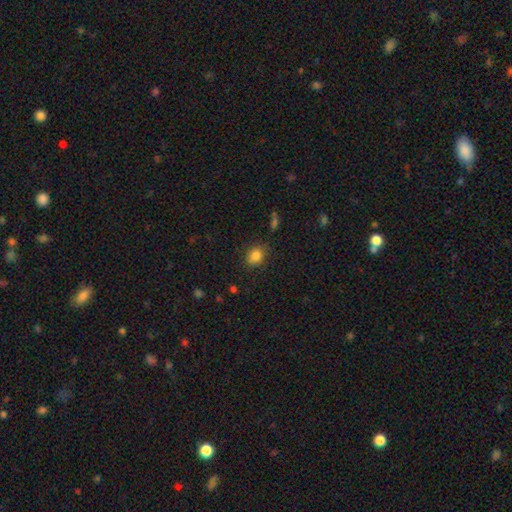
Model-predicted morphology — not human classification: smooth-or-featured: smooth: 84% | star or artifact: 11% | featured or disk: 6%
  how-rounded: round: 52% | in between: 47% | cigar-shaped: 1%
  merging: none: 81% | minor disturbance: 14% | major disturbance: 3% | merger: 2%